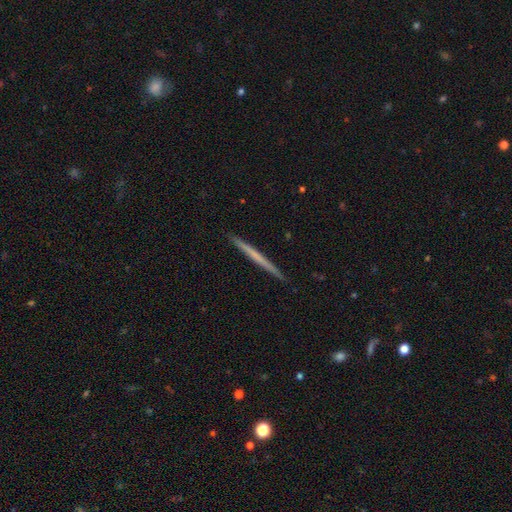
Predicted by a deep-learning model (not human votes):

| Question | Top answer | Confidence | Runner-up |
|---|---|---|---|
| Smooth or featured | featured or disk | 50% | smooth (45%) |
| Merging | none | 92% | minor disturbance (6%) |